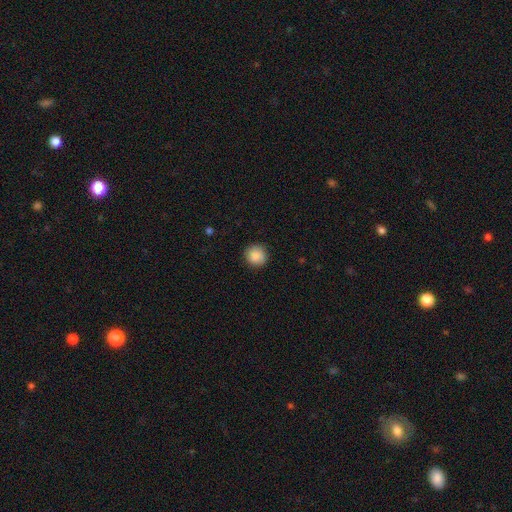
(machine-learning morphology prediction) Smooth or featured? smooth (86%)
How rounded? round (93%)
Merging? none (87%)